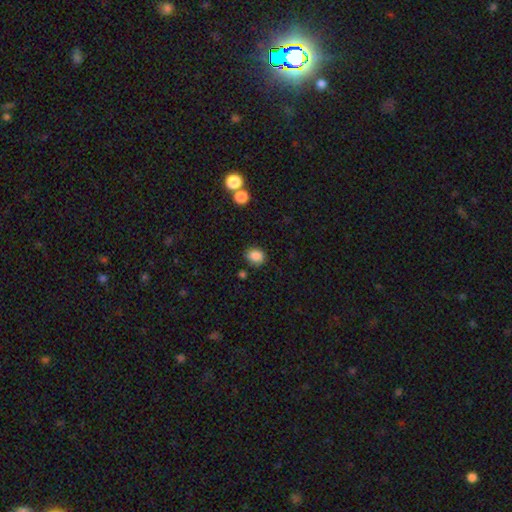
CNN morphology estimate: Overall: smooth (86%). How rounded: round (56%; in between 43%). Merging: none (77%).